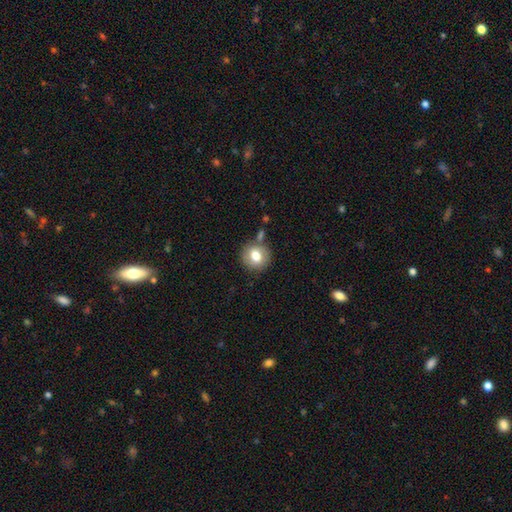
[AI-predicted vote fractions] smooth_or_featured: smooth (p=0.75) [alt: featured or disk p=0.16]
how_rounded: round (p=0.83) [alt: in between p=0.16]
merging: none (p=0.76) [alt: minor disturbance p=0.12]